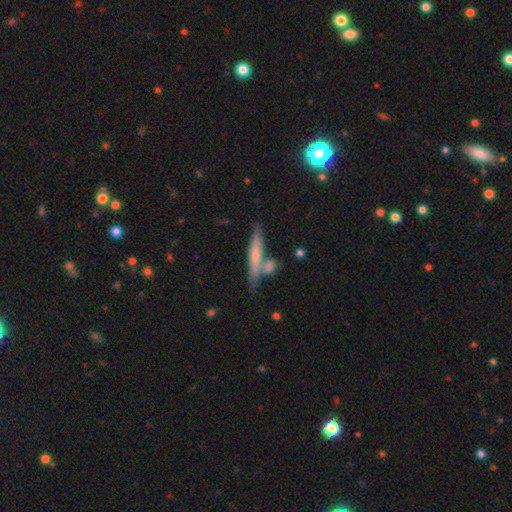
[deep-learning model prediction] A smooth galaxy with no disk features (53%) that is cigar-shaped (90%). Merging: none (65%).